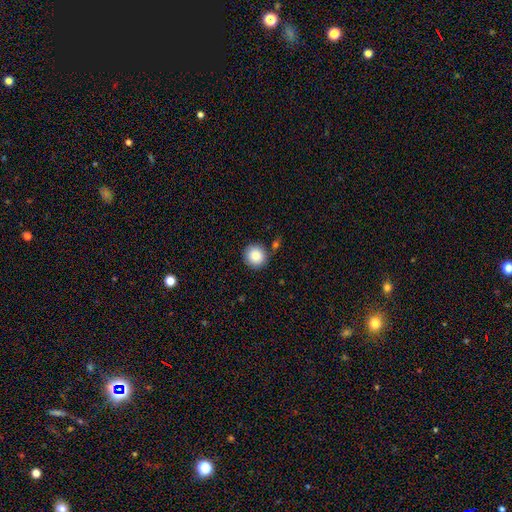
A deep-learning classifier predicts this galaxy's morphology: type=smooth (87%); roundness=round (90%); merging=none (84%).